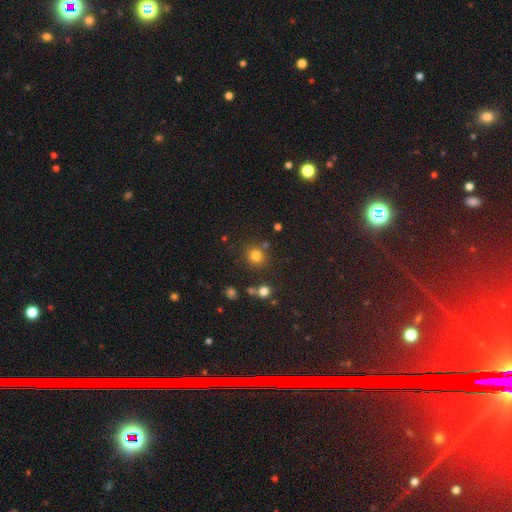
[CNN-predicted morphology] smooth-or-featured: smooth: 78% | star or artifact: 16% | featured or disk: 6%
  how-rounded: round: 88% | in between: 11% | cigar-shaped: 1%
  merging: none: 80% | minor disturbance: 9% | merger: 8% | major disturbance: 3%